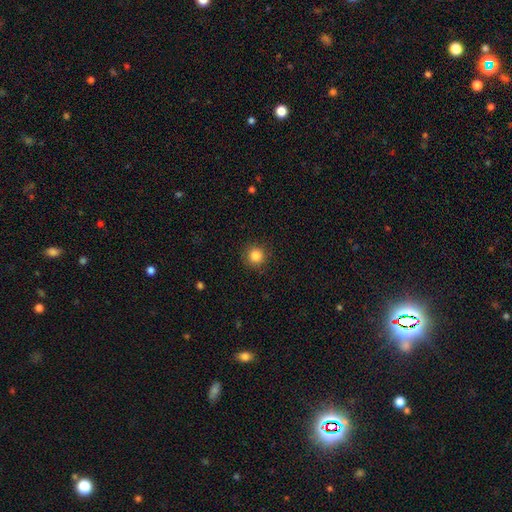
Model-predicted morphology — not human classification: Smooth or featured?
  - smooth: 85% *
  - star or artifact: 11%
  - featured or disk: 4%
How rounded?
  - round: 94% *
  - in between: 5%
  - cigar-shaped: 1%
Merging?
  - none: 90% *
  - minor disturbance: 6%
  - major disturbance: 2%
  - merger: 1%